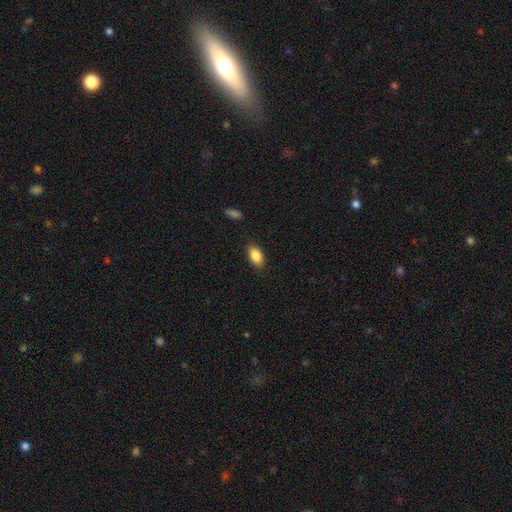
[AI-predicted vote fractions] smooth-or-featured: smooth: 88% | star or artifact: 7% | featured or disk: 5%
  how-rounded: in between: 92% | round: 6% | cigar-shaped: 3%
  merging: none: 86% | minor disturbance: 10% | major disturbance: 2% | merger: 1%